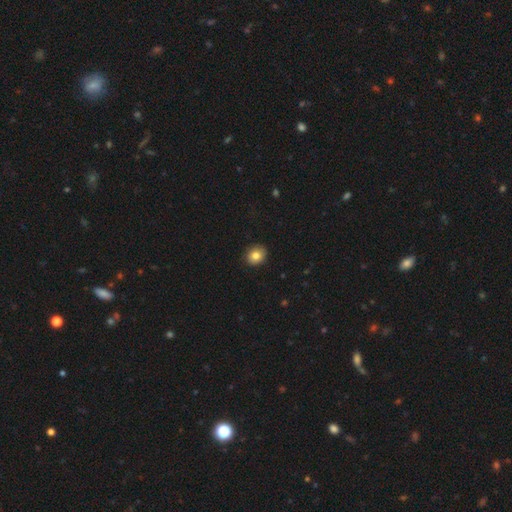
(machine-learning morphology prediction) type=smooth (82%); roundness=round (67%); merging=none (89%).